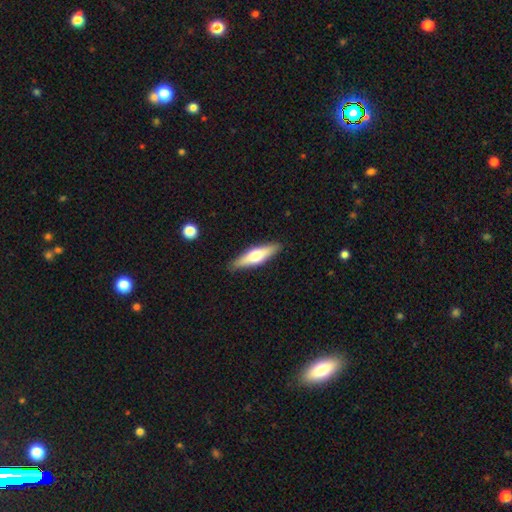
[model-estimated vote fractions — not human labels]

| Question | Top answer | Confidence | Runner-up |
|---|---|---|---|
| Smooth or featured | featured or disk | 49% | smooth (46%) |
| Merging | none | 88% | minor disturbance (9%) |